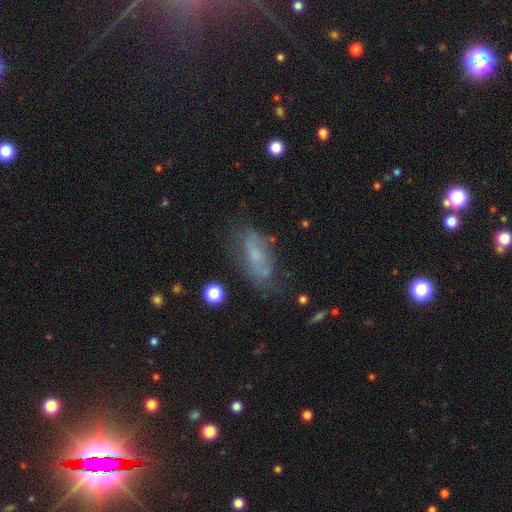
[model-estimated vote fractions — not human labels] smooth_or_featured: smooth (p=0.54) [alt: featured or disk p=0.35]
how_rounded: in between (p=0.75) [alt: cigar-shaped p=0.21]
merging: none (p=0.56) [alt: minor disturbance p=0.26]